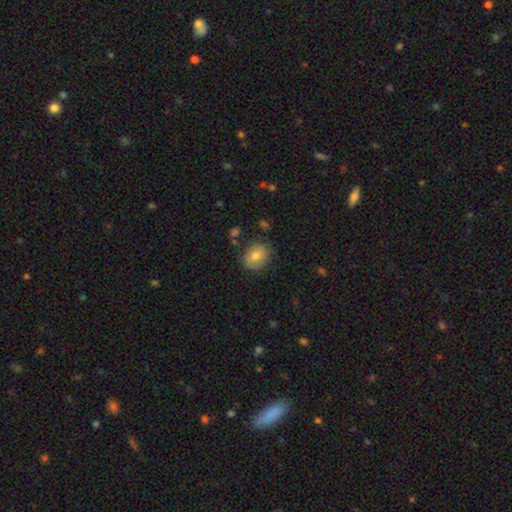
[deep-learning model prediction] Morphology: type=smooth (74%); roundness=round (58%); merging=none (81%).